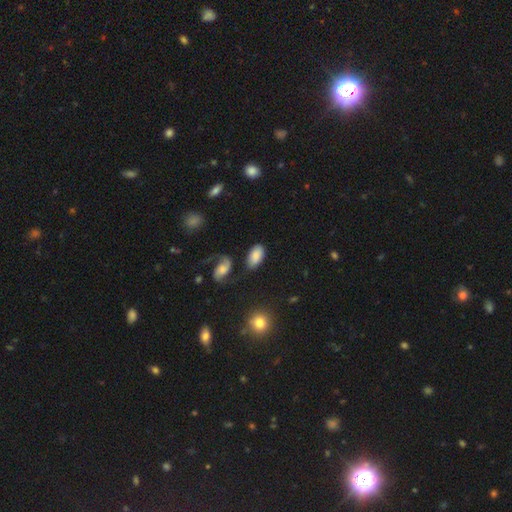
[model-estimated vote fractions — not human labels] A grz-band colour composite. It shows a smooth galaxy with no disk features (78%) that is in between round and cigar-shaped (94%). Merging: none (73%).